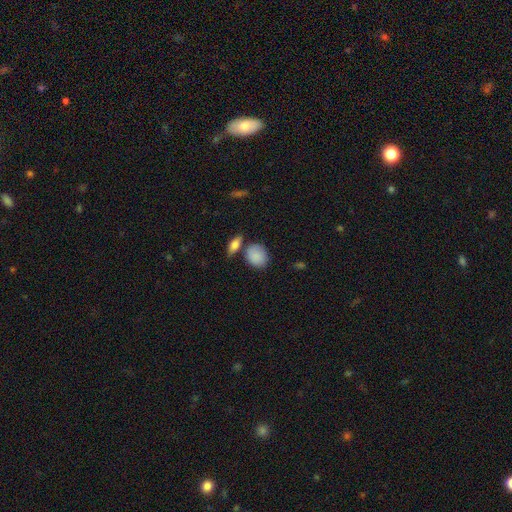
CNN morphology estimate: This appears to be a smooth galaxy with no disk features (87%) that is round (53%). Merging: none (65%).